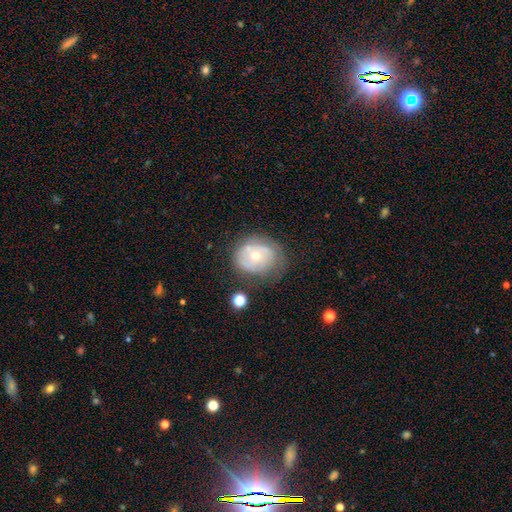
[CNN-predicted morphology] smooth_or_featured: featured or disk (p=0.56) [alt: smooth p=0.35]
disk_edge_on: no (p=0.96) [alt: yes p=0.04]
bar: no (p=0.82) [alt: weak p=0.14]
has_spiral_arms: yes (p=0.53) [alt: no p=0.47]
bulge_size: small (p=0.54) [alt: moderate p=0.43]
merging: none (p=0.55) [alt: minor disturbance p=0.27]